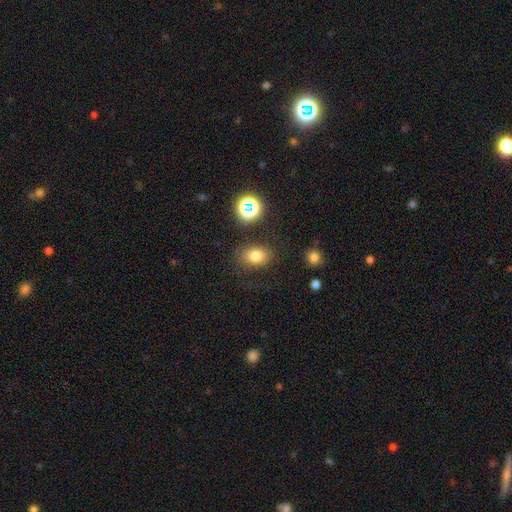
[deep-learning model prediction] Q: Smooth or featured?
A: smooth (77%); runner-up: star or artifact (15%)
Q: How rounded?
A: in between (71%); runner-up: round (28%)
Q: Merging?
A: none (81%); runner-up: minor disturbance (12%)